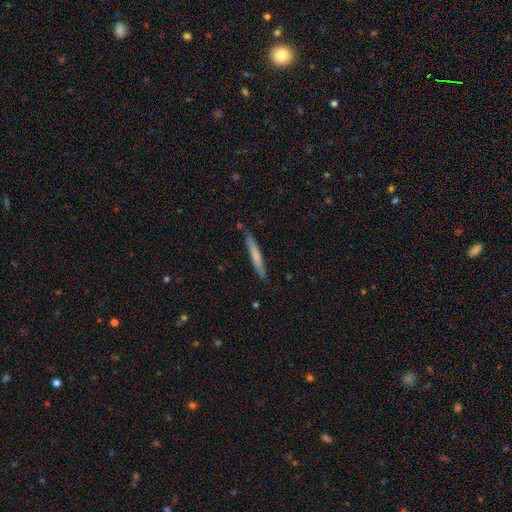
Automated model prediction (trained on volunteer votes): smooth 63%, featured or disk 32%, star or artifact 6%. Down the decision tree: how rounded — cigar-shaped (96%); merging — none (84%).